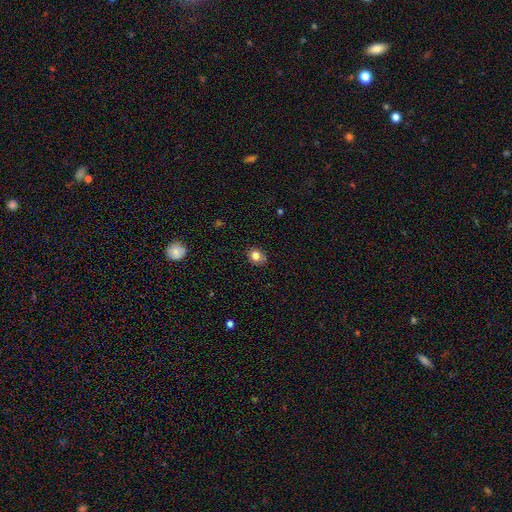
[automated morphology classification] Q: Smooth or featured?
A: smooth (81%); runner-up: star or artifact (12%)
Q: How rounded?
A: round (66%); runner-up: in between (33%)
Q: Merging?
A: none (78%); runner-up: minor disturbance (17%)